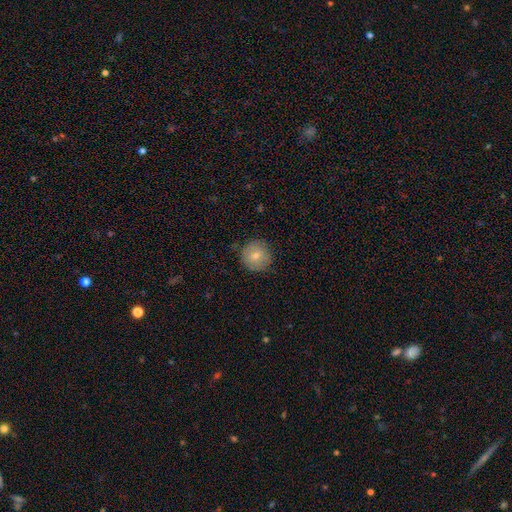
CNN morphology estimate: The model was most divided on "smooth or featured": smooth: 77%, featured or disk: 15%, star or artifact: 8%. More confident: how rounded — round (93%); merging — none (85%).